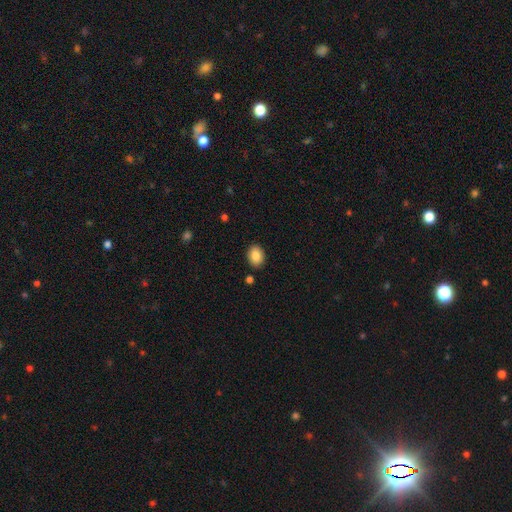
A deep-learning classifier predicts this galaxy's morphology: The model was most divided on "how rounded": in between: 66%, round: 33%, cigar-shaped: 1%. More confident: merging — none (88%); smooth or featured — smooth (86%).